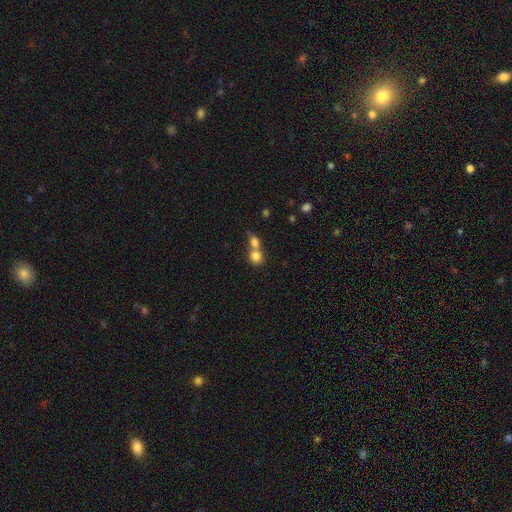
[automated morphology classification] smooth 79%, featured or disk 11%, star or artifact 9%. Down the decision tree: how rounded — round (74%); merging — merger (62%).